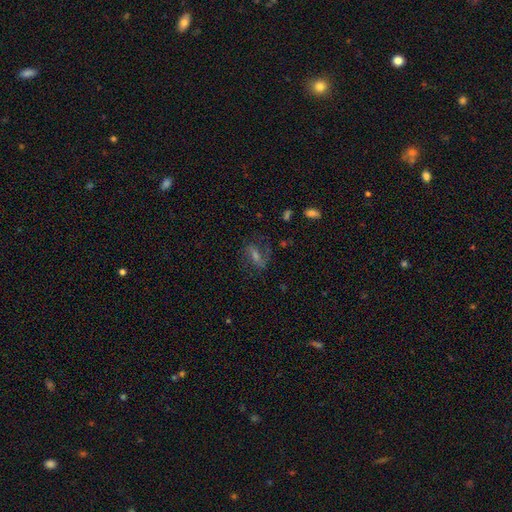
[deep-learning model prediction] Smooth or featured: featured or disk — 58% (smooth — 22%)
Edge-on disk: no — 89% (yes — 11%)
Bar: weak — 40% (strong — 35%)
Spiral arms: yes — 82% (no — 18%)
Bulge size: small — 42% (moderate — 39%)
Merging: none — 70% (minor disturbance — 15%)